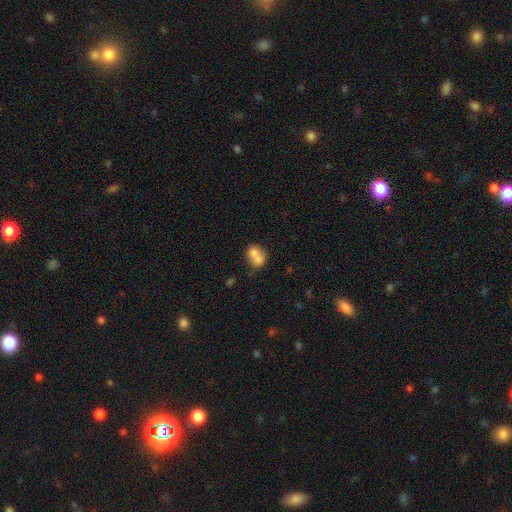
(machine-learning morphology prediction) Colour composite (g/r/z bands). It shows a smooth galaxy with no disk features (68%) that is round (61%). Merging: merger (65%).